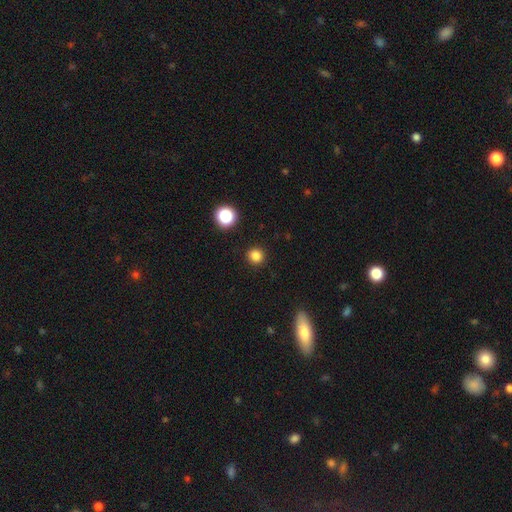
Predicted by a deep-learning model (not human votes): smooth-or-featured: smooth: 83% | star or artifact: 13% | featured or disk: 4%
  how-rounded: round: 92% | in between: 7% | cigar-shaped: 1%
  merging: none: 92% | minor disturbance: 5% | major disturbance: 2% | merger: 1%